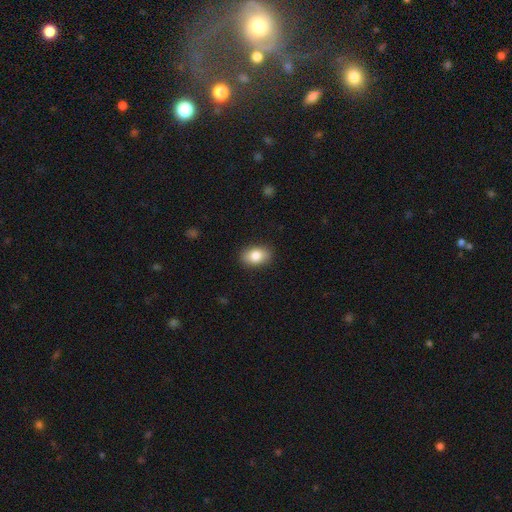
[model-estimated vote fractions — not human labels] This is clearly a smooth galaxy (83%). How rounded: clearly in between (84%). Merging: clearly none (88%).